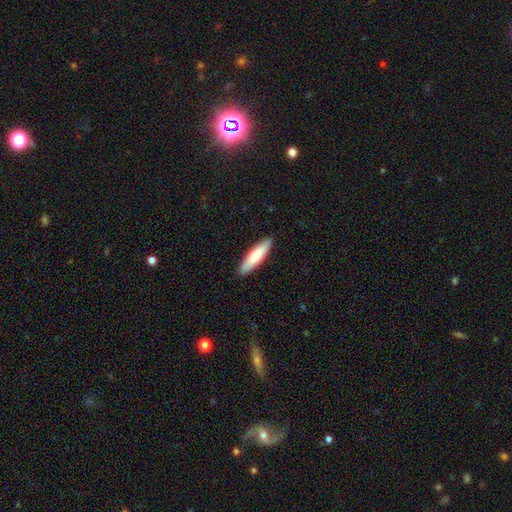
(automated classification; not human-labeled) smooth 73%, featured or disk 22%, star or artifact 5%. Down the decision tree: how rounded — cigar-shaped (66%); merging — none (91%).